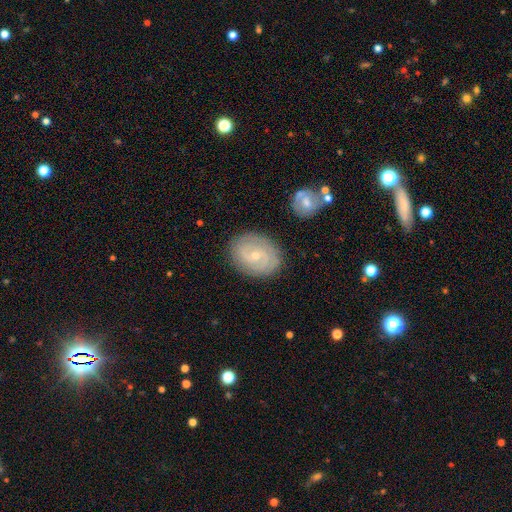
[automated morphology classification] Overall: featured or disk (77%). Edge-on disk: no (97%). Bar: no (57%; weak 37%). Spiral arms: yes (92%). Spiral arm count: 2 (59%; can't tell 22%). Spiral winding: tight (66%; medium 27%). Bulge size: small (71%). Merging: none (84%).